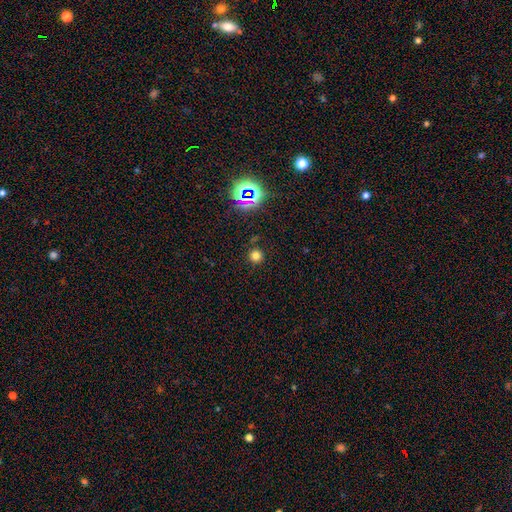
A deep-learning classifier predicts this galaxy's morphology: A smooth galaxy with no disk features (72%) that is round (95%).

Vote fractions:
- Smooth or featured? smooth: 72% / star or artifact: 22% / featured or disk: 6%
- How rounded? round: 95% / in between: 4% / cigar-shaped: 1%
- Merging? none: 88% / minor disturbance: 7% / merger: 3% / major disturbance: 3%